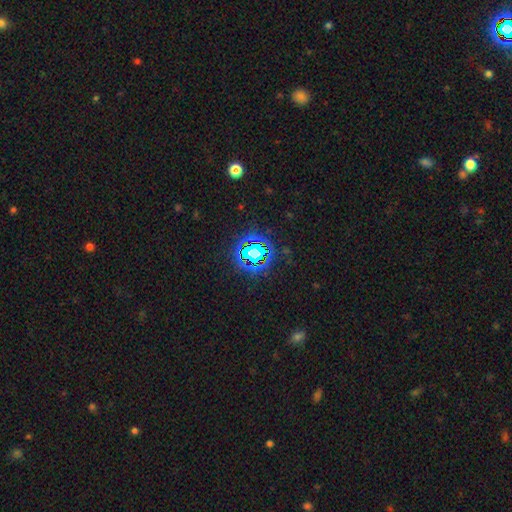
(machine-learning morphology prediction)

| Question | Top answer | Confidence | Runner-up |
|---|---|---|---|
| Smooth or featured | star or artifact | 74% | smooth (14%) |